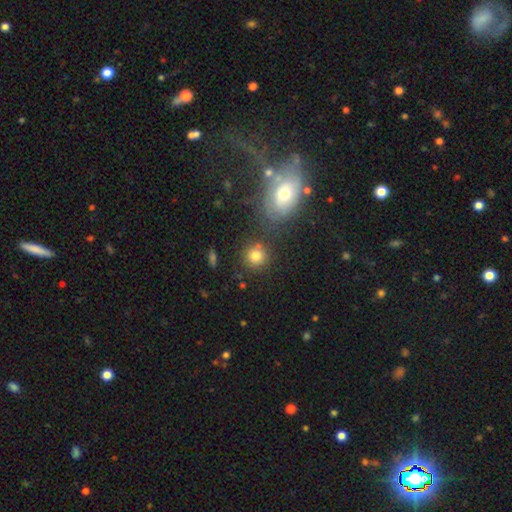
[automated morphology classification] Smooth or featured? Predicted: smooth (p=0.78). How rounded? Predicted: round (p=0.88). Merging? Predicted: none (p=0.72).